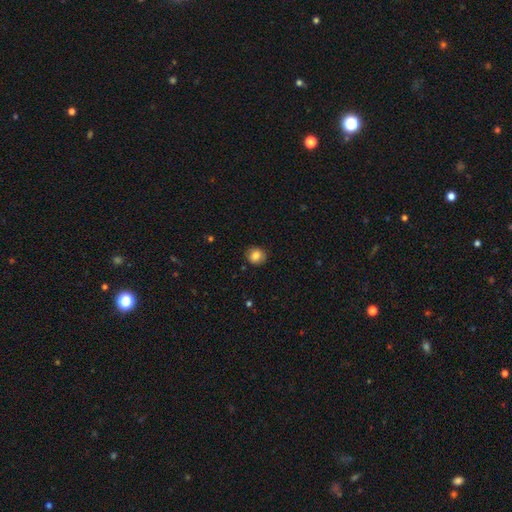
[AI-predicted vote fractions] smooth_or_featured: smooth (p=0.83) [alt: star or artifact p=0.09]
how_rounded: round (p=0.83) [alt: in between p=0.17]
merging: none (p=0.87) [alt: minor disturbance p=0.10]